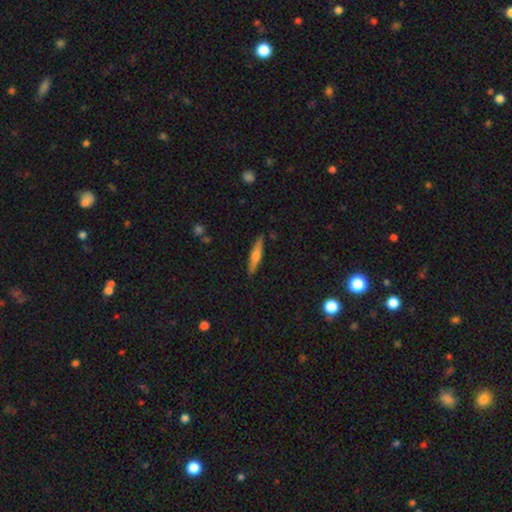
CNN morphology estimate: Overall: smooth (48%; featured or disk 46%). Merging: none (88%).